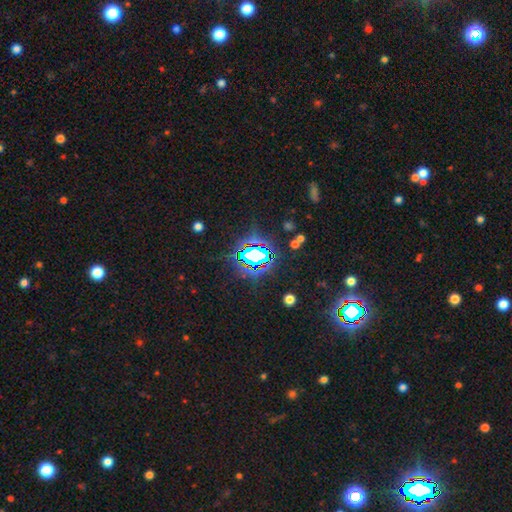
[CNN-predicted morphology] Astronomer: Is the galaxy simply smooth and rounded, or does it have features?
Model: star or artifact — 71%.